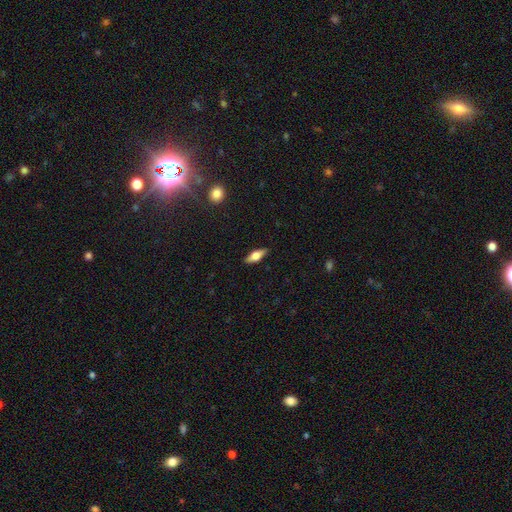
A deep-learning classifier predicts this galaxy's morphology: The model was most divided on "smooth or featured": smooth: 55%, featured or disk: 39%, star or artifact: 7%. More confident: merging — none (88%); how rounded — in between (65%).